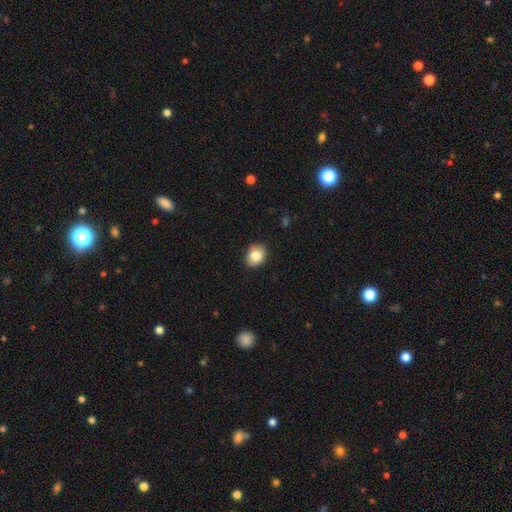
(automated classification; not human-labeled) Smooth or featured?
  - smooth: 84% *
  - star or artifact: 8%
  - featured or disk: 7%
How rounded?
  - round: 51% *
  - in between: 48%
  - cigar-shaped: 1%
Merging?
  - none: 88% *
  - minor disturbance: 10%
  - major disturbance: 2%
  - merger: 1%